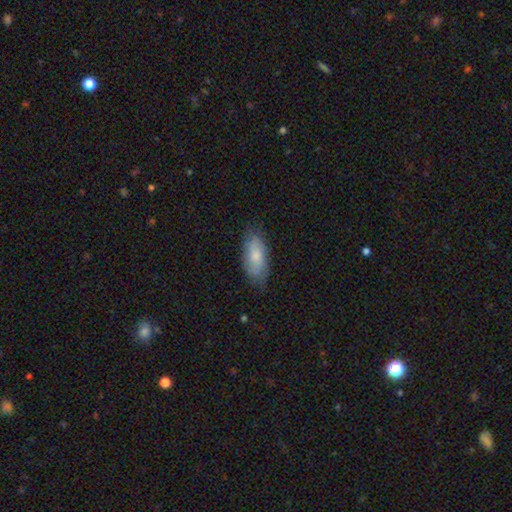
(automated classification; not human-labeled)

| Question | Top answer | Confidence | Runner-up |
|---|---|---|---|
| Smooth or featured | smooth | 71% | featured or disk (23%) |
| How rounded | in between | 86% | cigar-shaped (11%) |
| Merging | none | 71% | minor disturbance (23%) |